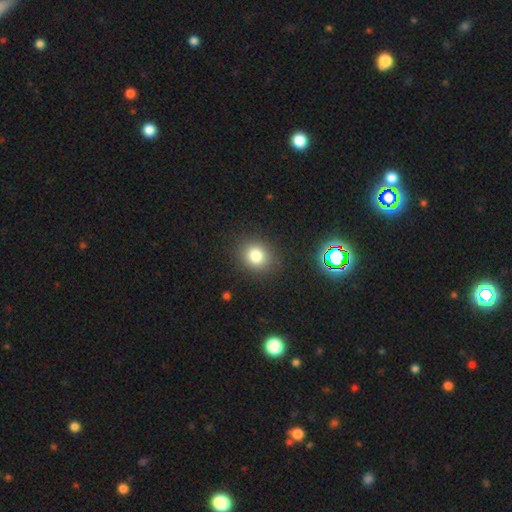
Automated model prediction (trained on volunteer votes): Smooth or featured?
  - smooth: 80% *
  - star or artifact: 14%
  - featured or disk: 6%
How rounded?
  - round: 71% *
  - in between: 28%
  - cigar-shaped: 1%
Merging?
  - none: 88% *
  - minor disturbance: 8%
  - major disturbance: 3%
  - merger: 1%